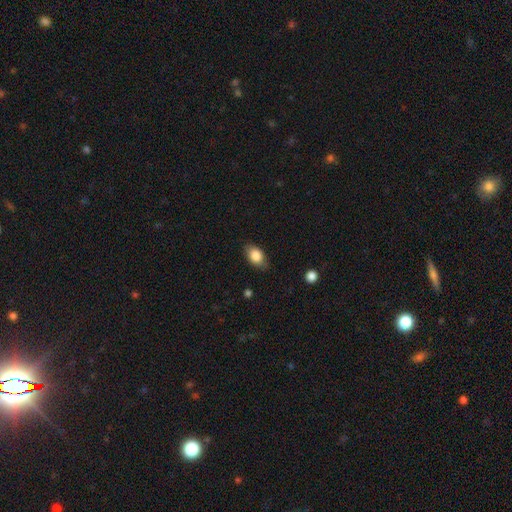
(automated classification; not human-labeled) A smooth galaxy with no disk features (84%) that is in between round and cigar-shaped (87%).

Vote fractions:
- Smooth or featured? smooth: 84% / featured or disk: 9% / star or artifact: 7%
- How rounded? in between: 87% / round: 11% / cigar-shaped: 2%
- Merging? none: 80% / minor disturbance: 16% / major disturbance: 3% / merger: 1%